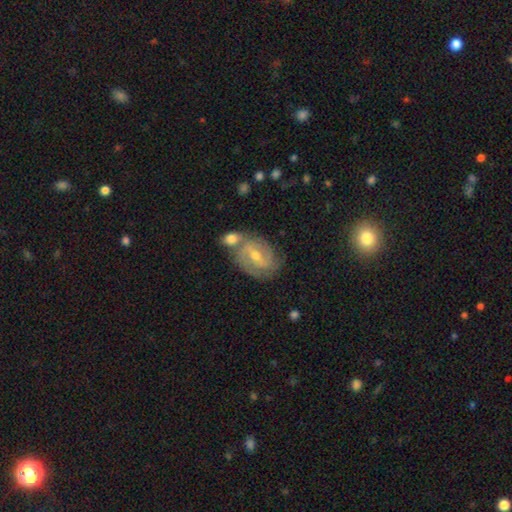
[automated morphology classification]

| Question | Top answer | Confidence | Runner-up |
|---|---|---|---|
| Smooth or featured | featured or disk | 76% | smooth (17%) |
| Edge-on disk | no | 96% | yes (4%) |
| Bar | weak | 51% | strong (25%) |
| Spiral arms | yes | 91% | no (9%) |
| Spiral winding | tight | 49% | medium (40%) |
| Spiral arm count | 2 | 64% | can't tell (17%) |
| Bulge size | moderate | 53% | small (43%) |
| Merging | none | 60% | merger (20%) |